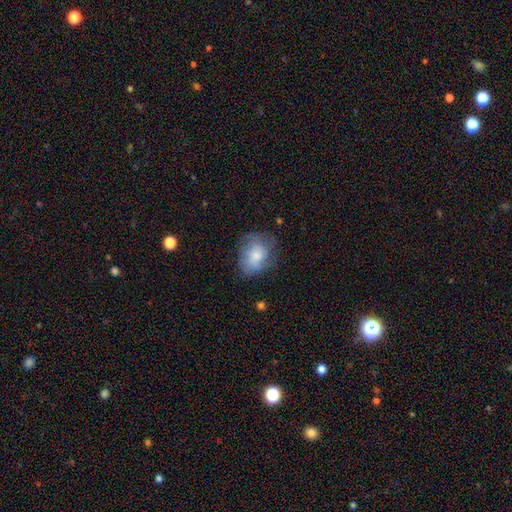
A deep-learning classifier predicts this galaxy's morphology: A smooth galaxy with no disk features (62%) that is in between round and cigar-shaped (53%).

Vote fractions:
- Smooth or featured? smooth: 62% / featured or disk: 30% / star or artifact: 8%
- How rounded? in between: 53% / round: 46% / cigar-shaped: 1%
- Merging? none: 59% / minor disturbance: 26% / major disturbance: 13% / merger: 2%